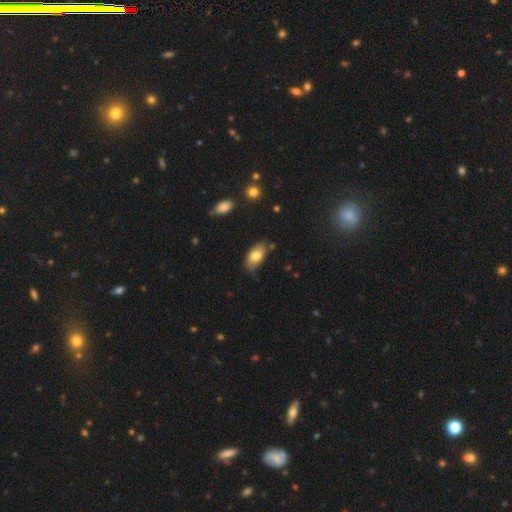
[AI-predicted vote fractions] Smooth or featured?
  - smooth: 78% *
  - featured or disk: 15%
  - star or artifact: 7%
How rounded?
  - in between: 93% *
  - round: 4%
  - cigar-shaped: 3%
Merging?
  - none: 67% *
  - minor disturbance: 26%
  - major disturbance: 5%
  - merger: 3%